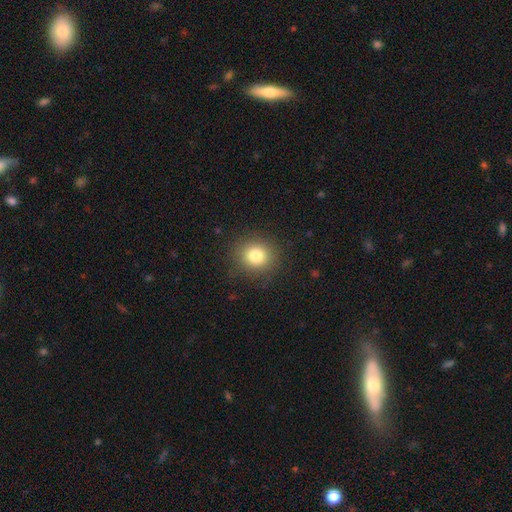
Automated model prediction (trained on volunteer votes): Overall: smooth (80%). How rounded: round (85%). Merging: none (88%).